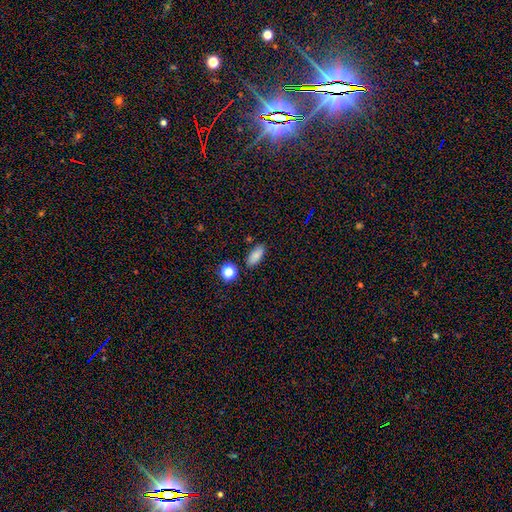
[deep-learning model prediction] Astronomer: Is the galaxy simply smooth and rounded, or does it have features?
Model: smooth — 83%.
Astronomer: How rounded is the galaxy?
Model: in between — 83%.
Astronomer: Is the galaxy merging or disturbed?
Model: none — 83%.